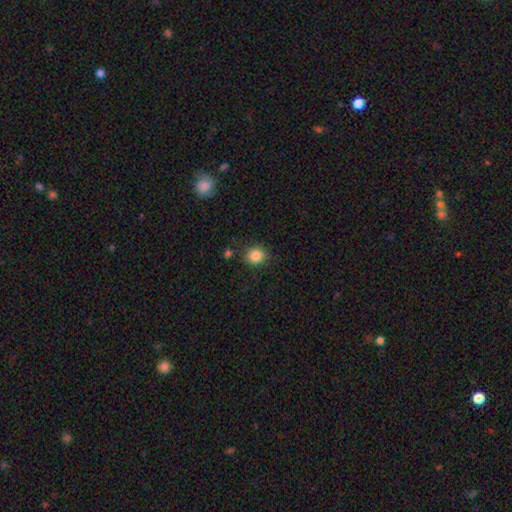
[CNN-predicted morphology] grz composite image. It shows a smooth galaxy with no disk features (84%) that is round (74%). Merging: none (83%).